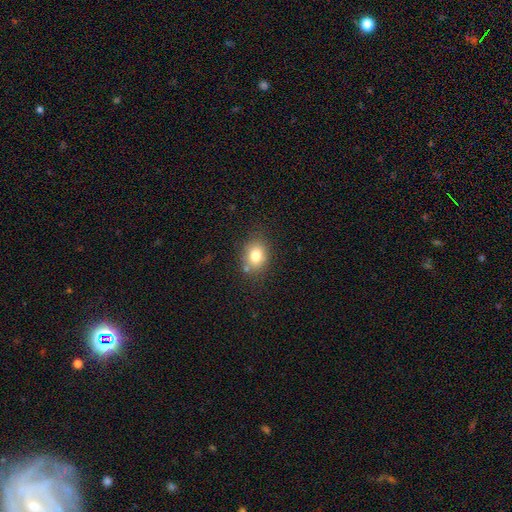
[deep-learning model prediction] smooth_or_featured: smooth (p=0.78) [alt: star or artifact p=0.11]
how_rounded: in between (p=0.56) [alt: round p=0.43]
merging: none (p=0.76) [alt: minor disturbance p=0.14]